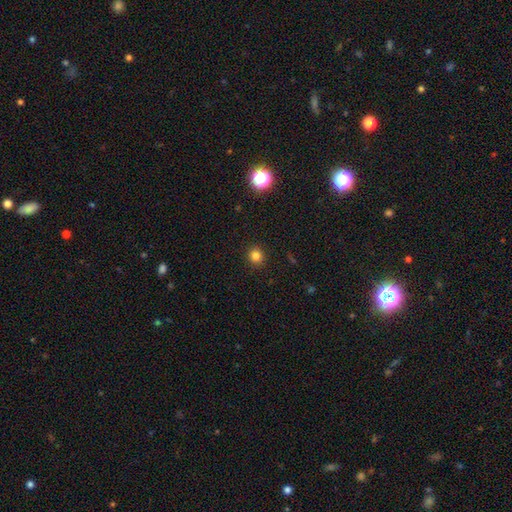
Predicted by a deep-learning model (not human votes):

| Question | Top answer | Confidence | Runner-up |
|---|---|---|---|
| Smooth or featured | smooth | 81% | star or artifact (14%) |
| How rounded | round | 88% | in between (11%) |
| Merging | none | 91% | minor disturbance (6%) |